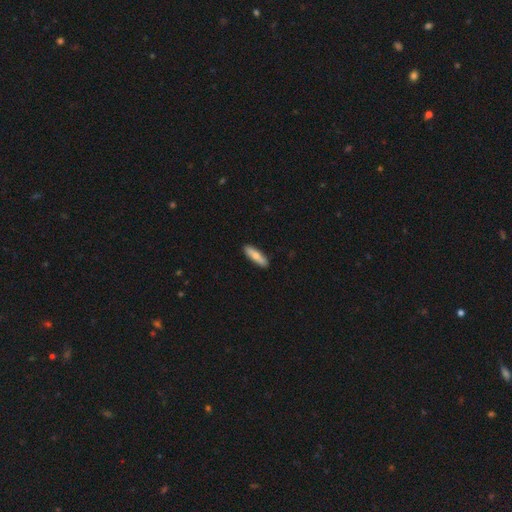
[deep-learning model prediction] smooth-or-featured: smooth: 67% | featured or disk: 27% | star or artifact: 5%
  how-rounded: cigar-shaped: 64% | in between: 34% | round: 2%
  merging: none: 89% | minor disturbance: 8% | major disturbance: 1% | merger: 1%